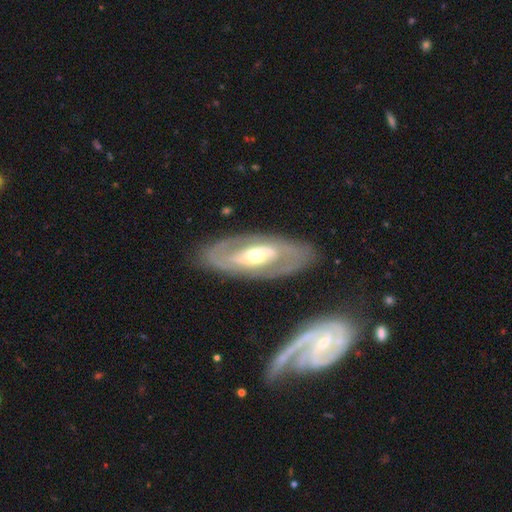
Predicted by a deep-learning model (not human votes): Morphology: type=featured or disk (81%); edge-on=no (90%); bar=no (46%); spiral arms=yes (76%); winding=tight (46%); arm count=2 (76%); bulge=moderate (60%); merging=none (81%).